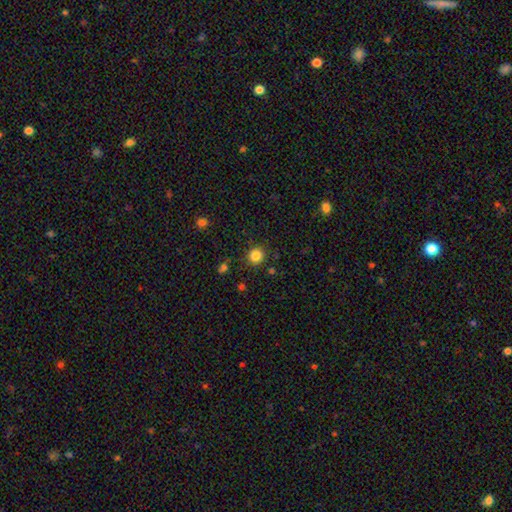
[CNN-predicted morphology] A smooth galaxy with no disk features (84%) that is round (92%).

Vote fractions:
- Smooth or featured? smooth: 84% / star or artifact: 12% / featured or disk: 4%
- How rounded? round: 92% / in between: 7% / cigar-shaped: 1%
- Merging? none: 88% / minor disturbance: 7% / major disturbance: 3% / merger: 2%